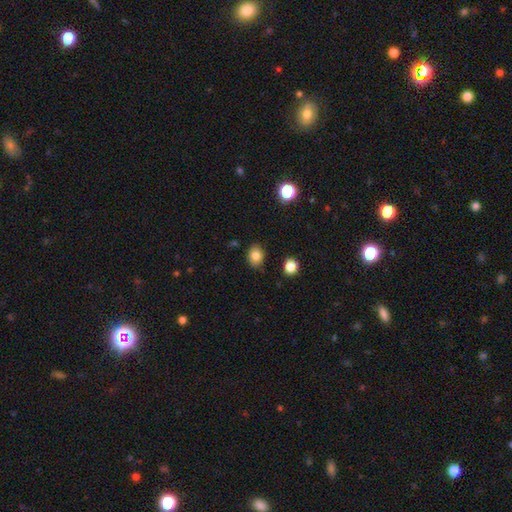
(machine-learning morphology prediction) A smooth galaxy with no disk features (83%) that is in between round and cigar-shaped (59%). Merging: none (84%).